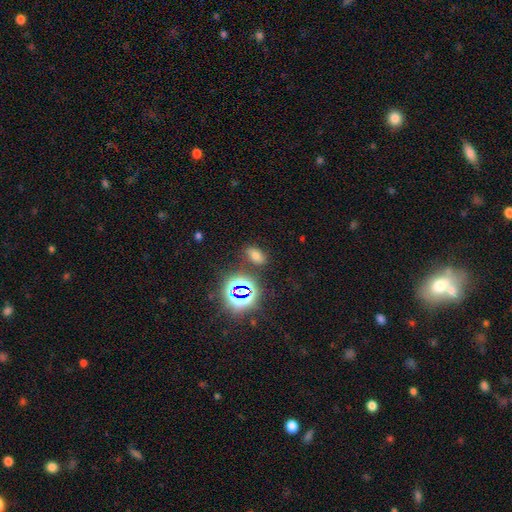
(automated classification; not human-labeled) smooth_or_featured: smooth (p=0.57) [alt: star or artifact p=0.32]
how_rounded: in between (p=0.85) [alt: round p=0.12]
merging: none (p=0.81) [alt: minor disturbance p=0.11]